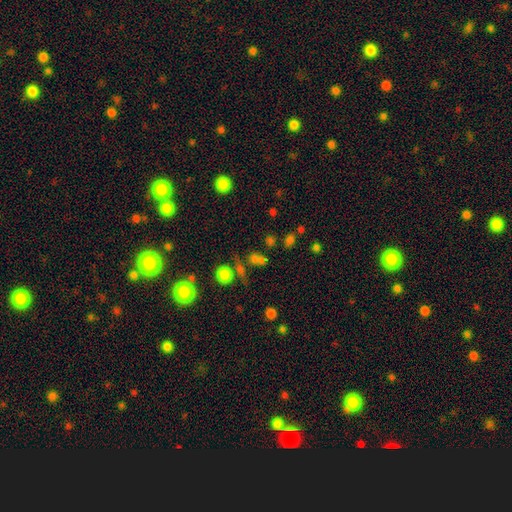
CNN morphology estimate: star or artifact 60%, smooth 28%, featured or disk 12%.